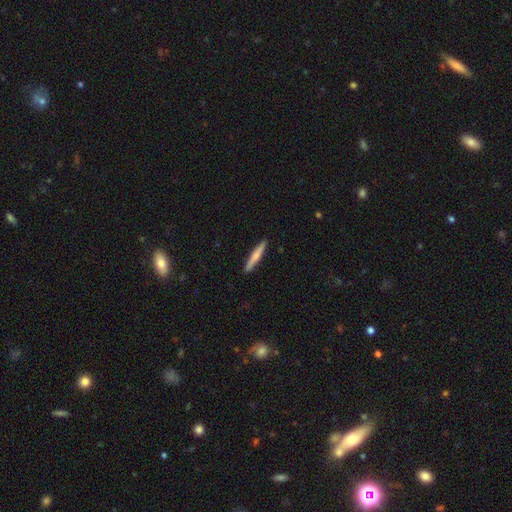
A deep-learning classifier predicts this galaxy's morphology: smooth_or_featured: smooth (p=0.63) [alt: featured or disk p=0.32]
how_rounded: cigar-shaped (p=0.94) [alt: in between p=0.04]
merging: none (p=0.91) [alt: minor disturbance p=0.06]